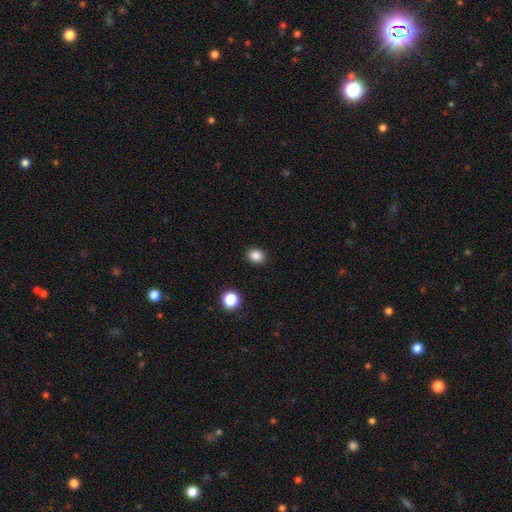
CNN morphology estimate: Smooth or featured?
  - smooth: 85% *
  - star or artifact: 11%
  - featured or disk: 4%
How rounded?
  - in between: 51% *
  - round: 48%
  - cigar-shaped: 1%
Merging?
  - none: 90% *
  - minor disturbance: 7%
  - major disturbance: 2%
  - merger: 1%